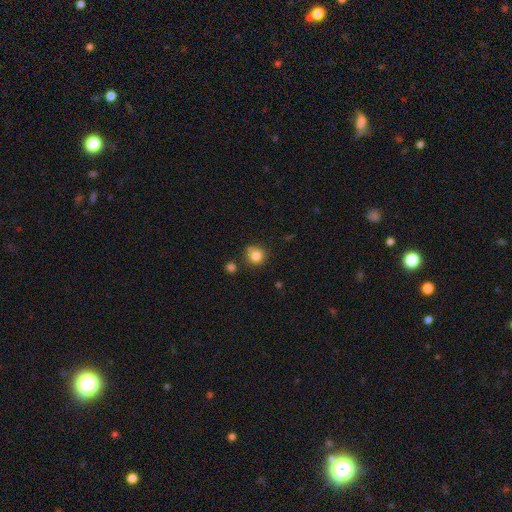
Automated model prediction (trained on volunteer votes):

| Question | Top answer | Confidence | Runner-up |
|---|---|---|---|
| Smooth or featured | smooth | 83% | star or artifact (11%) |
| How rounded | round | 89% | in between (10%) |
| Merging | none | 72% | minor disturbance (17%) |